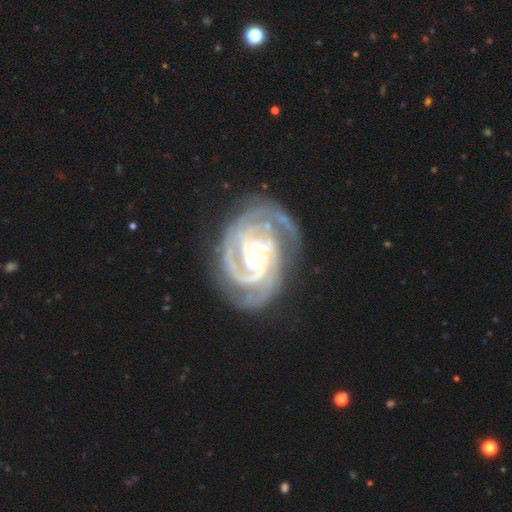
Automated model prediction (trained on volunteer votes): Smooth or featured? featured or disk (94%)
Edge-on disk? no (98%)
Bar? no (55%)
Spiral arms? yes (99%)
Spiral winding? tight (70%)
Spiral arm count? 3 (46%)
Bulge size? moderate (54%)
Merging? none (71%)